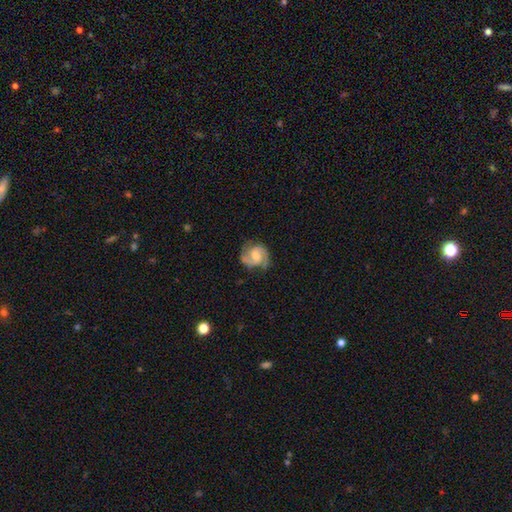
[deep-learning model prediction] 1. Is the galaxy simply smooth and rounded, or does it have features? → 85% featured or disk, 10% smooth, 5% star or artifact.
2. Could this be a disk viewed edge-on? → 98% no, 2% yes.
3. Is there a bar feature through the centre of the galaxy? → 49% weak, 39% no, 11% strong.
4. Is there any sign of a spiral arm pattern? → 97% yes, 3% no.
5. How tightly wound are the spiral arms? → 56% medium, 29% tight, 15% loose.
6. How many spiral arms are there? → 91% 2, 3% can't tell, 2% 3, 2% 1, 1% 4, 1% more than 4.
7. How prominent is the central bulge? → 50% moderate, 35% small, 9% none, 6% large, 1% dominant.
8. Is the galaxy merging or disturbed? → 77% none, 16% minor disturbance, 5% major disturbance, 1% merger.